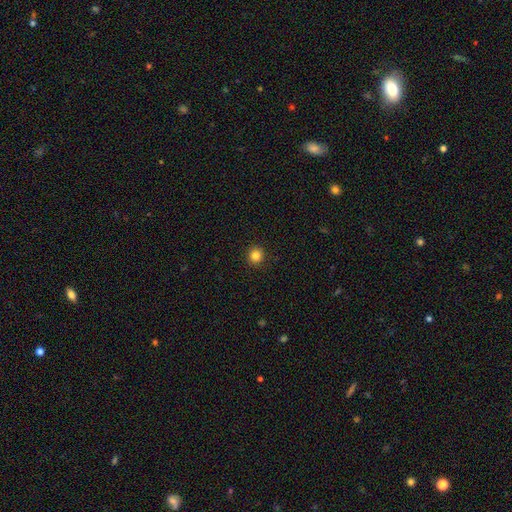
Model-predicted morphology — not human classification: Smooth or featured? Predicted: smooth (p=0.84). How rounded? Predicted: round (p=0.93). Merging? Predicted: none (p=0.93).